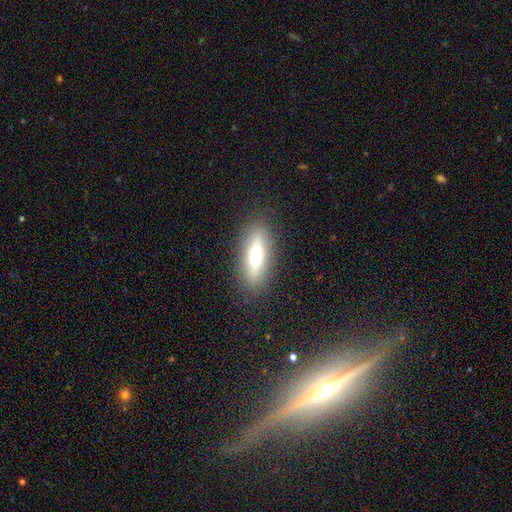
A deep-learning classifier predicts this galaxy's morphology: smooth-or-featured: smooth: 48% | featured or disk: 42% | star or artifact: 9%
  merging: none: 86% | minor disturbance: 9% | major disturbance: 4% | merger: 1%